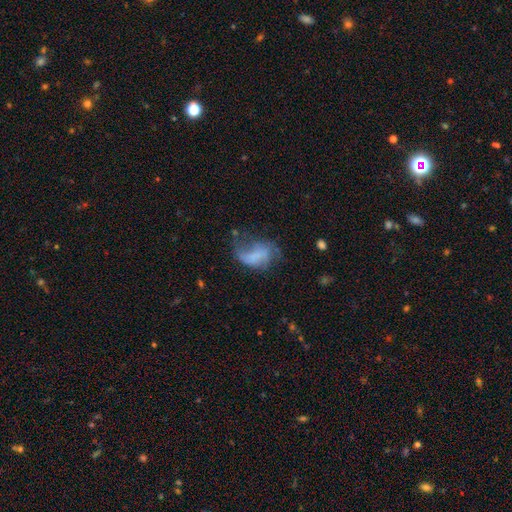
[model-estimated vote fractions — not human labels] A featured or disk galaxy (46%).

Vote fractions:
- Smooth or featured? featured or disk: 46% / smooth: 43% / star or artifact: 12%
- Merging? major disturbance: 43% / none: 28% / minor disturbance: 25% / merger: 5%